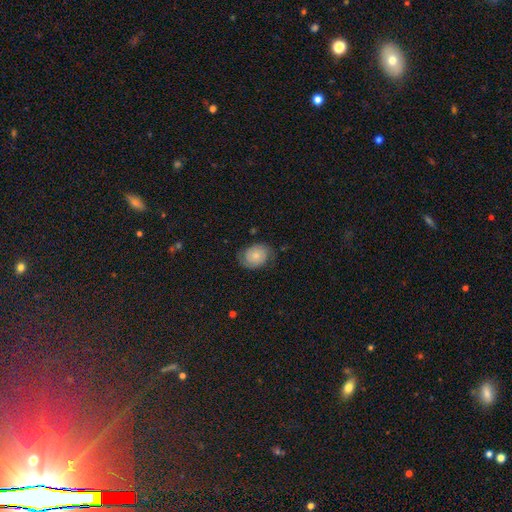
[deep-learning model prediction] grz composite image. It shows a smooth galaxy with no disk features (53%) that is in between round and cigar-shaped (63%). Merging: none (68%).